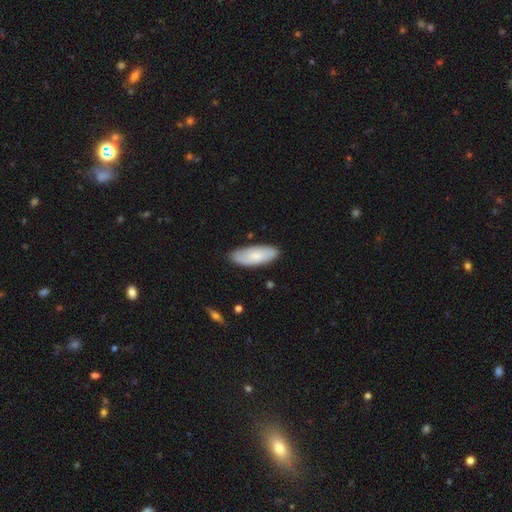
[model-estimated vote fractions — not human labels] Smooth or featured: smooth — 71% (featured or disk — 23%)
How rounded: in between — 77% (cigar-shaped — 21%)
Merging: none — 80% (minor disturbance — 16%)